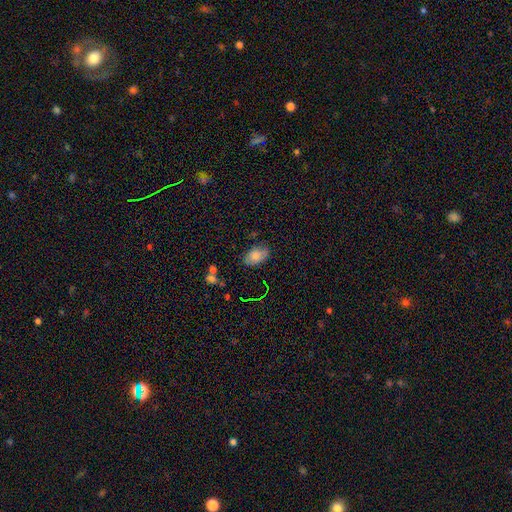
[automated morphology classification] type=smooth (76%); roundness=in between (89%); merging=none (73%).